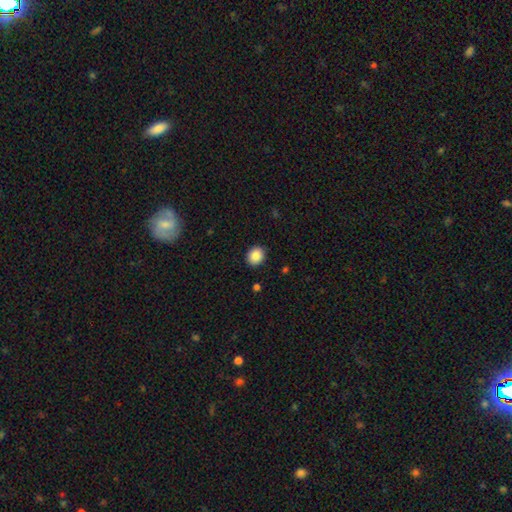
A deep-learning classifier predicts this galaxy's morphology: This is clearly a smooth galaxy (88%). How rounded: likely round (66%). Merging: clearly none (90%).